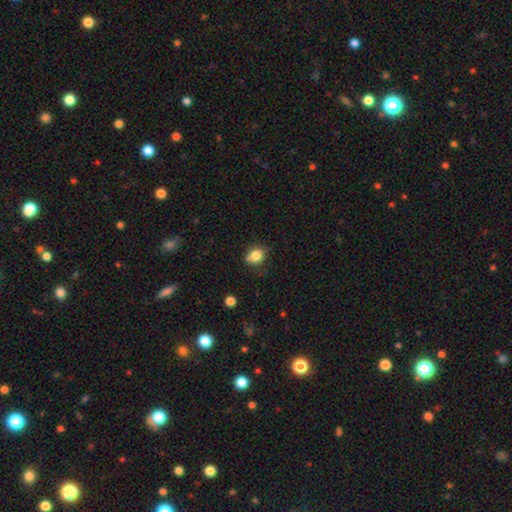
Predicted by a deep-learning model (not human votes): Smooth or featured? smooth (82%)
How rounded? round (51%)
Merging? none (64%)